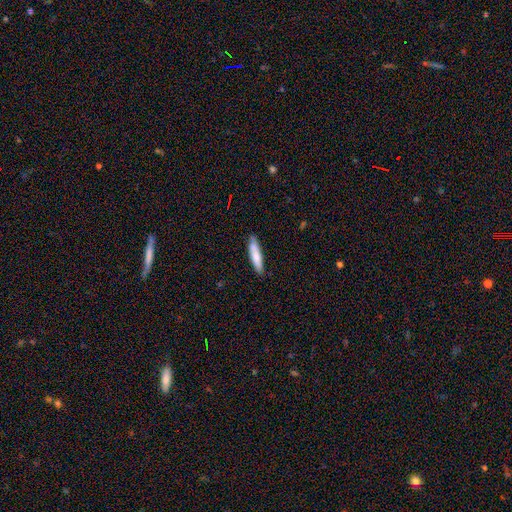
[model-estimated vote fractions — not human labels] Smooth or featured: smooth — 77% (featured or disk — 18%)
How rounded: cigar-shaped — 79% (in between — 20%)
Merging: none — 80% (minor disturbance — 15%)